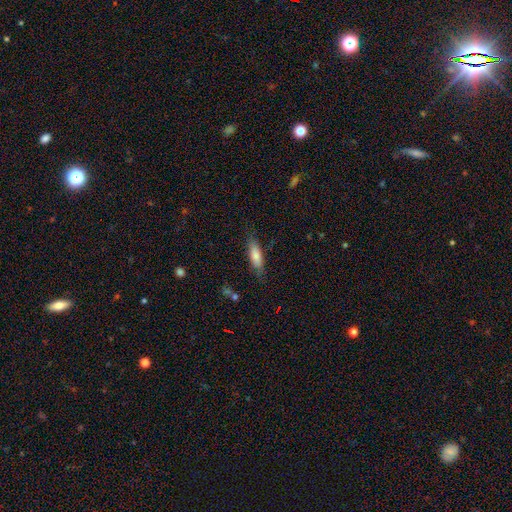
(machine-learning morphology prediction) Smooth or featured? Predicted: smooth (p=0.75). How rounded? Predicted: cigar-shaped (p=0.51). Merging? Predicted: none (p=0.77).